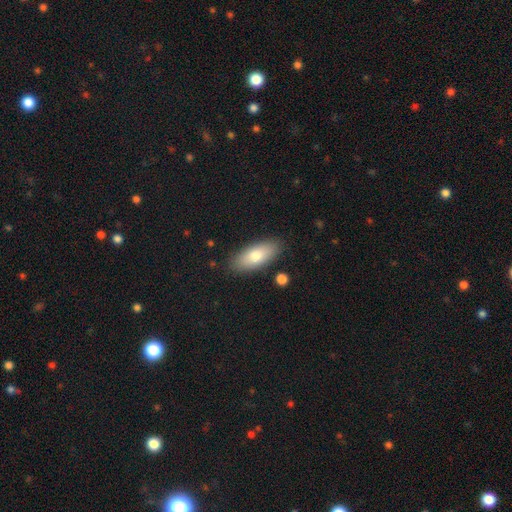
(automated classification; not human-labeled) Q: Smooth or featured?
A: smooth (75%); runner-up: featured or disk (18%)
Q: How rounded?
A: in between (81%); runner-up: cigar-shaped (16%)
Q: Merging?
A: none (86%); runner-up: minor disturbance (9%)